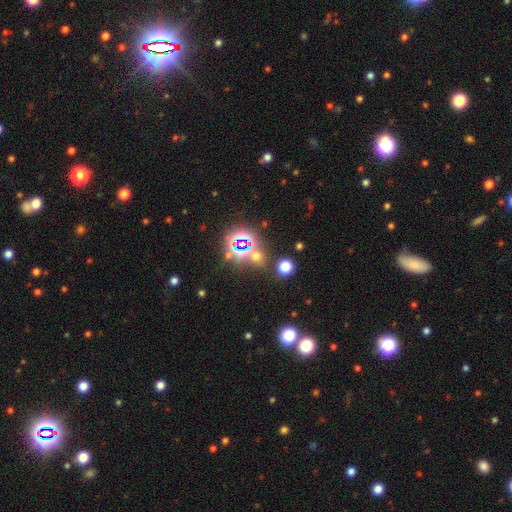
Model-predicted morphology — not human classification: Overall: star or artifact (60%; smooth 31%).